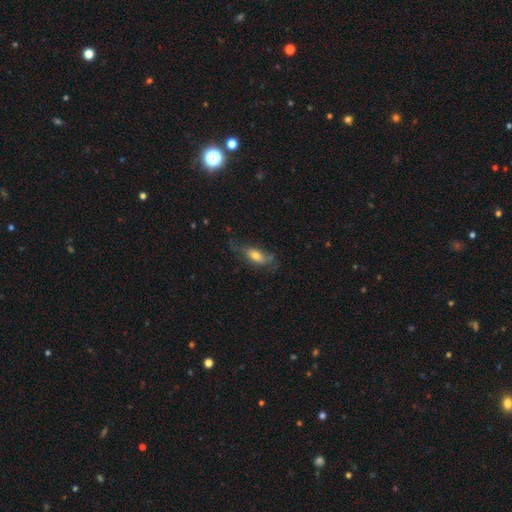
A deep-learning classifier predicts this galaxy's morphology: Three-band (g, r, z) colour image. It shows a smooth galaxy with no disk features (61%) that is in between round and cigar-shaped (77%). Merging: none (45%).